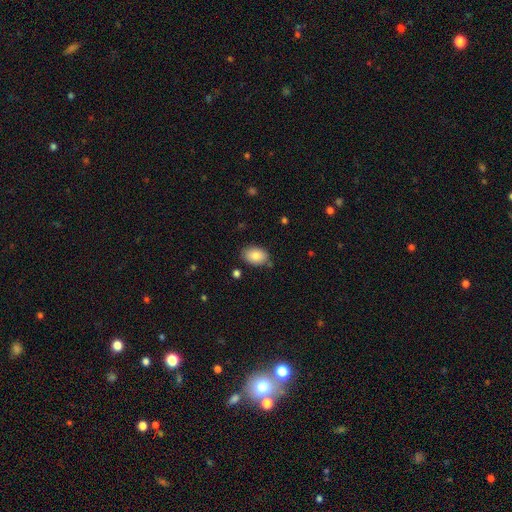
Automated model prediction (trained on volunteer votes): Morphology: type=smooth (85%); roundness=in between (86%); merging=none (79%).